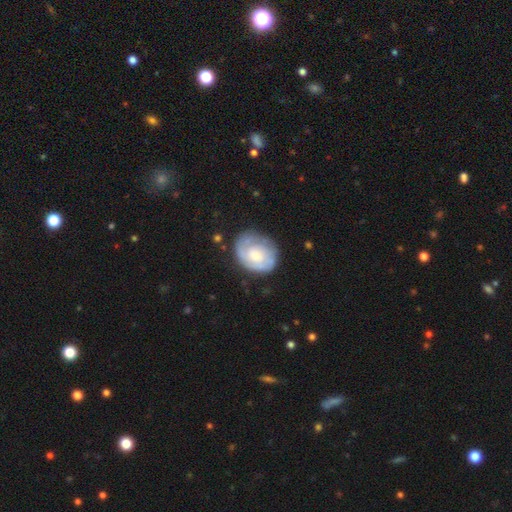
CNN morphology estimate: The model was most divided on "bulge size": moderate: 39%, small: 26%, large: 23%, none: 10%, dominant: 3%. More confident: edge-on disk — no (98%); bar — no (78%); spiral arms — yes (72%); merging — none (65%); smooth or featured — featured or disk (56%).